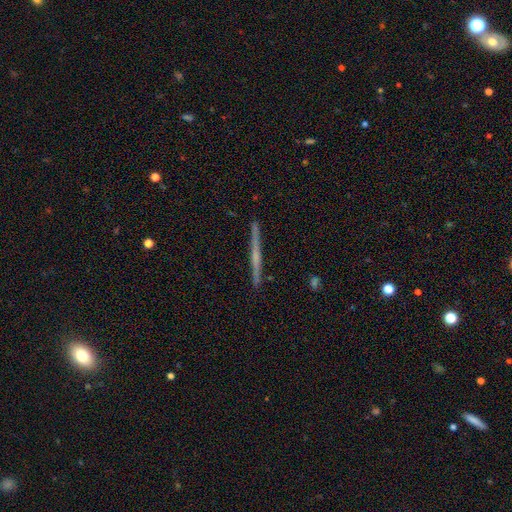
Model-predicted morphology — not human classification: Smooth or featured?
  - featured or disk: 67% *
  - smooth: 26%
  - star or artifact: 6%
Edge-on disk?
  - yes: 98% *
  - no: 2%
Edge-on bulge?
  - none: 59% *
  - rounded: 33%
  - boxy: 8%
Merging?
  - none: 92% *
  - minor disturbance: 6%
  - major disturbance: 1%
  - merger: 1%